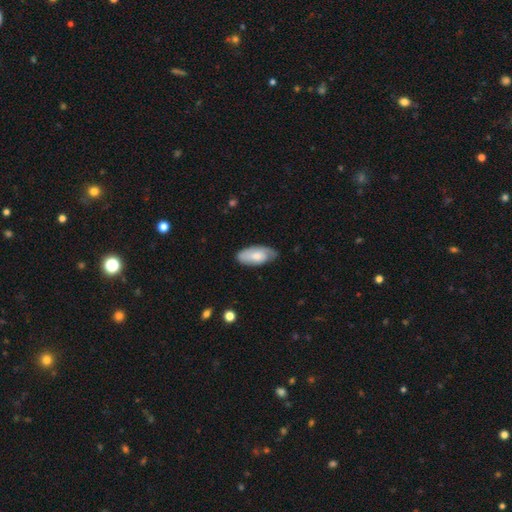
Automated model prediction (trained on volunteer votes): smooth-or-featured: smooth: 65% | featured or disk: 29% | star or artifact: 6%
  how-rounded: in between: 91% | cigar-shaped: 6% | round: 2%
  merging: none: 64% | minor disturbance: 29% | major disturbance: 6% | merger: 1%